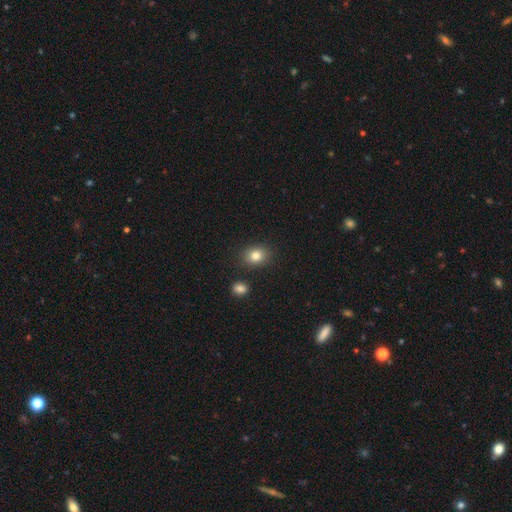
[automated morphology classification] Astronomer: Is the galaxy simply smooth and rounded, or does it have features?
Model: smooth — 83%.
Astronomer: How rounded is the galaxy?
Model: in between — 50% (runner-up: round, 49%).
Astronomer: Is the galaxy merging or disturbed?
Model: none — 85%.